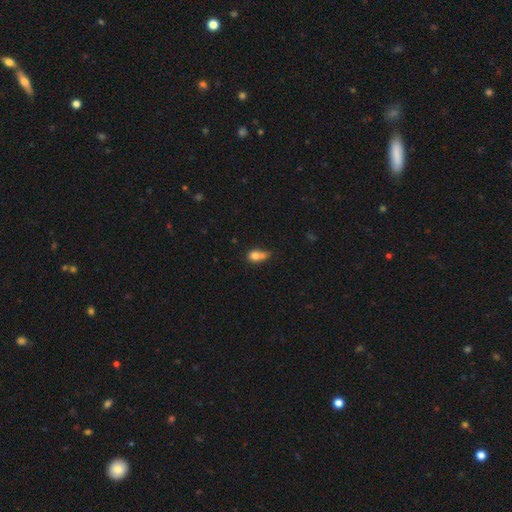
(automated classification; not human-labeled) Morphology: type=smooth (76%); roundness=in between (60%); merging=none (30%).